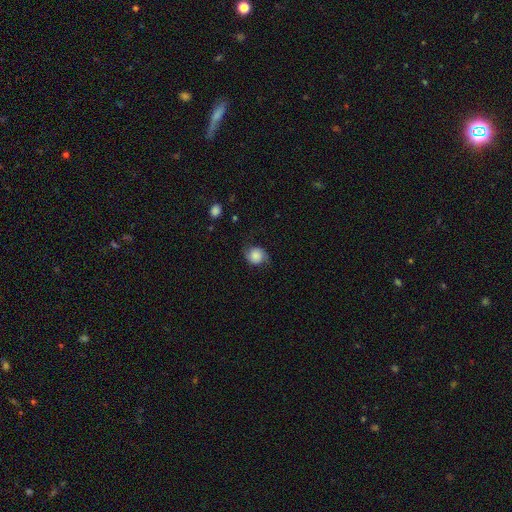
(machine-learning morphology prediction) A smooth galaxy with no disk features (55%) that is round (75%).

Vote fractions:
- Smooth or featured? smooth: 55% / featured or disk: 35% / star or artifact: 10%
- How rounded? round: 75% / in between: 24% / cigar-shaped: 1%
- Merging? none: 68% / minor disturbance: 22% / major disturbance: 9% / merger: 1%